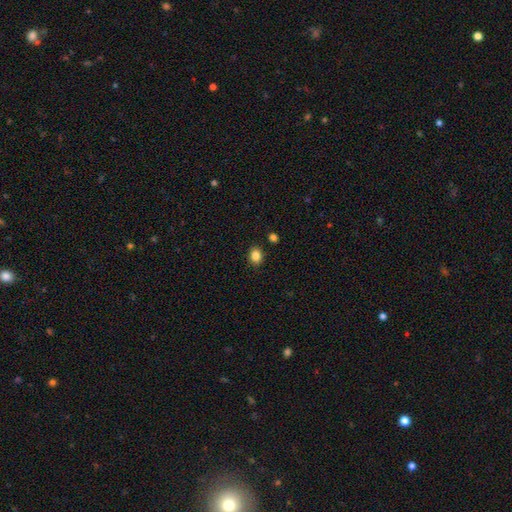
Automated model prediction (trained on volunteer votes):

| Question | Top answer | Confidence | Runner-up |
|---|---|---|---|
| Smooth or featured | smooth | 85% | star or artifact (10%) |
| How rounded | round | 52% | in between (48%) |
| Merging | none | 87% | minor disturbance (8%) |